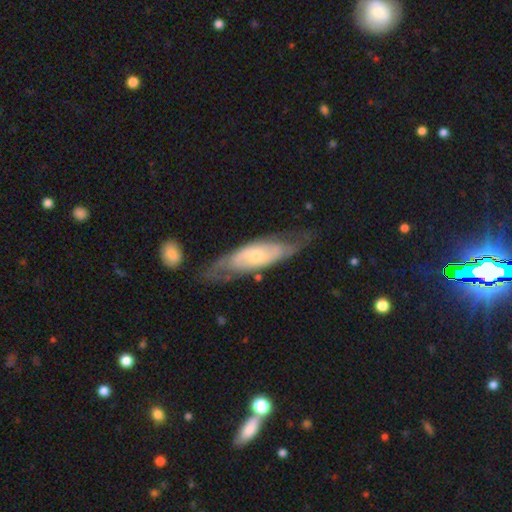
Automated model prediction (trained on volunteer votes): Smooth or featured? Predicted: featured or disk (p=0.65). Edge-on disk? Predicted: no (p=0.76). Merging? Predicted: none (p=0.64).